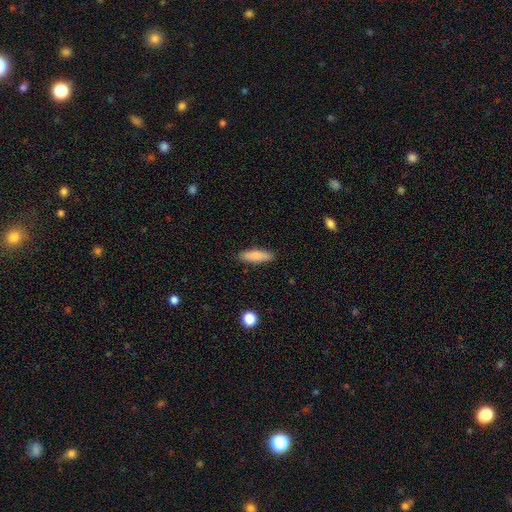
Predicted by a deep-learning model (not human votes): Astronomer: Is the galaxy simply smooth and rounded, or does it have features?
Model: smooth — 82%.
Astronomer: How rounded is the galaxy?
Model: cigar-shaped — 59% (runner-up: in between, 40%).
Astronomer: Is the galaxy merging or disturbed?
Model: none — 88%.